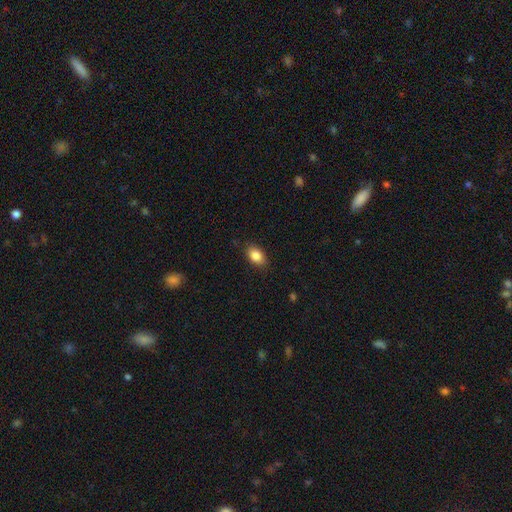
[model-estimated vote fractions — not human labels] smooth_or_featured: smooth (p=0.85) [alt: star or artifact p=0.08]
how_rounded: in between (p=0.86) [alt: round p=0.12]
merging: none (p=0.85) [alt: minor disturbance p=0.11]